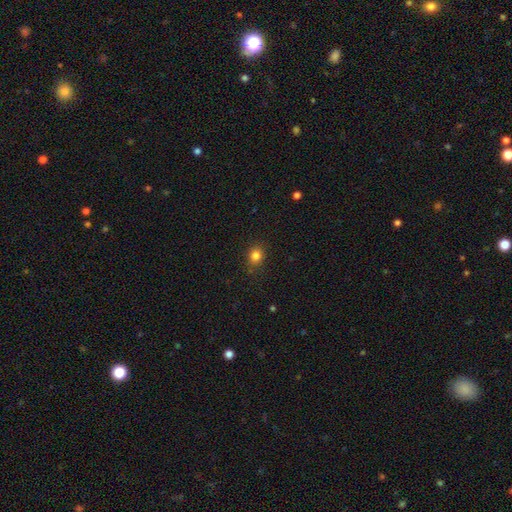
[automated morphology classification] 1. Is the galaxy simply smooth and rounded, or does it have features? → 83% smooth, 12% star or artifact, 5% featured or disk.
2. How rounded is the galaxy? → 67% round, 32% in between, 1% cigar-shaped.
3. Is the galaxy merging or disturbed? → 86% none, 10% minor disturbance, 3% major disturbance, 1% merger.